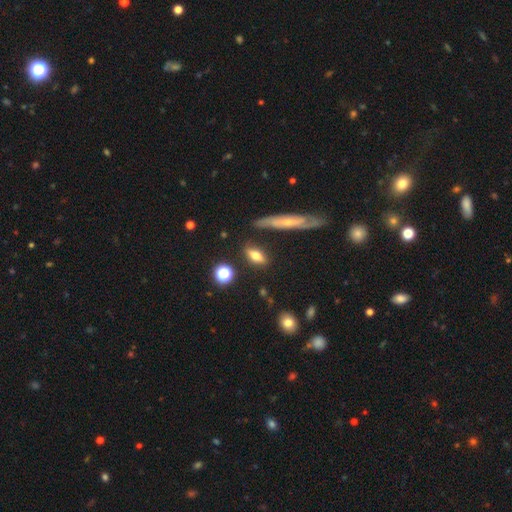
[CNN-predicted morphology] Smooth or featured?
  - smooth: 62% *
  - featured or disk: 27%
  - star or artifact: 11%
How rounded?
  - in between: 63% *
  - cigar-shaped: 27%
  - round: 10%
Merging?
  - none: 78% *
  - minor disturbance: 14%
  - merger: 5%
  - major disturbance: 4%